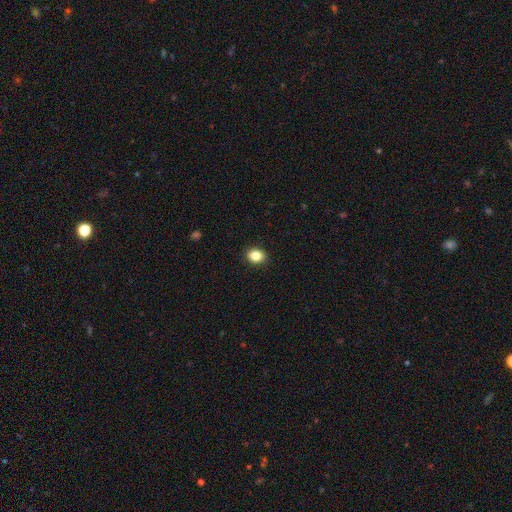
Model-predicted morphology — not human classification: Smooth or featured? smooth (85%)
How rounded? in between (50%)
Merging? none (91%)